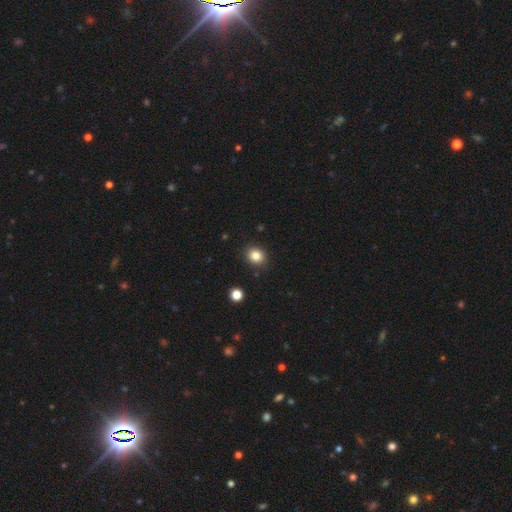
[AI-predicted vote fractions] Overall: smooth (83%). How rounded: round (68%; in between 32%). Merging: none (88%).